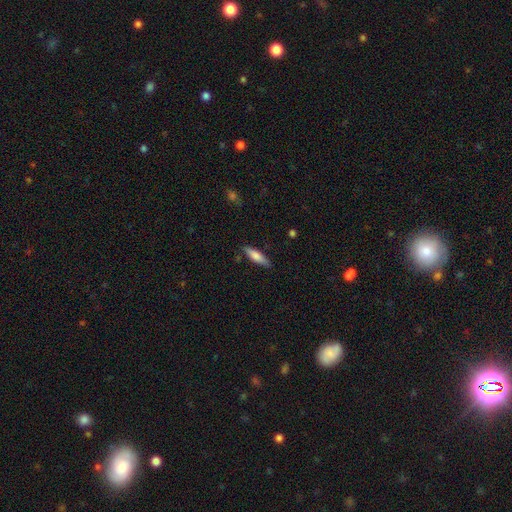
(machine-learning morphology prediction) The model was most divided on "how rounded": cigar-shaped: 66%, in between: 33%, round: 2%. More confident: merging — none (84%); smooth or featured — smooth (70%).